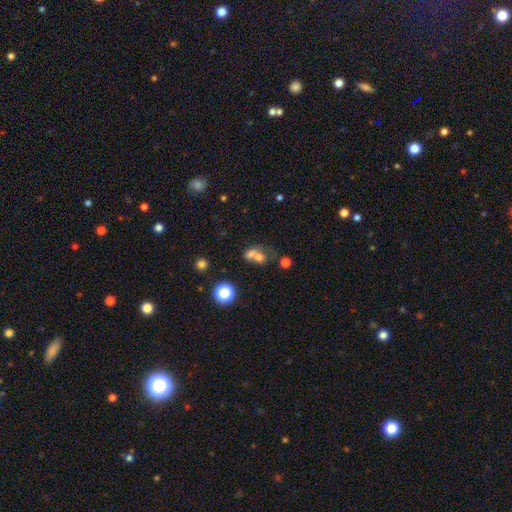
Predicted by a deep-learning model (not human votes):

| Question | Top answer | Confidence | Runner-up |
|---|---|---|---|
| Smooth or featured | smooth | 65% | featured or disk (18%) |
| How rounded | round | 65% | in between (33%) |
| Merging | merger | 61% | none (26%) |